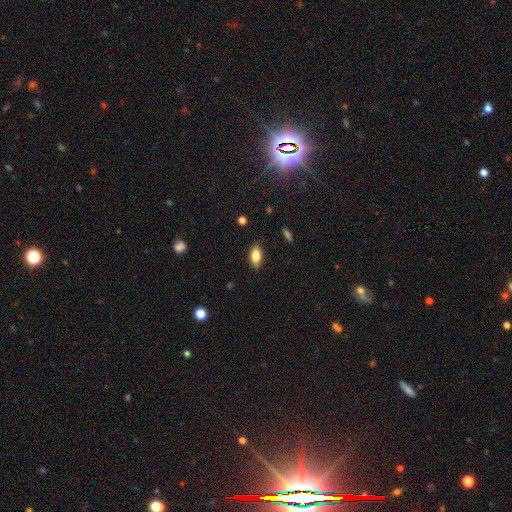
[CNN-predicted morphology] Q: Smooth or featured?
A: smooth (82%); runner-up: featured or disk (11%)
Q: How rounded?
A: in between (89%); runner-up: cigar-shaped (8%)
Q: Merging?
A: none (86%); runner-up: minor disturbance (11%)